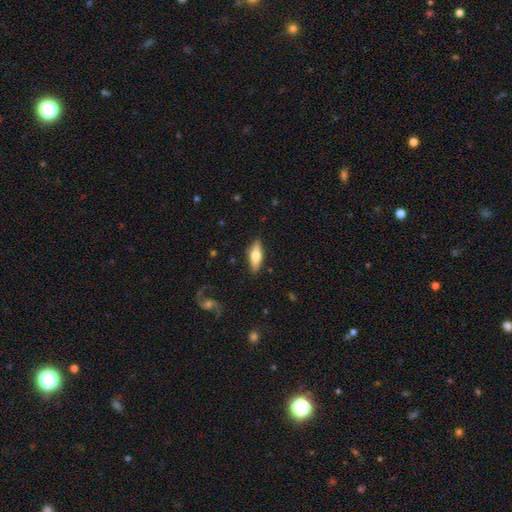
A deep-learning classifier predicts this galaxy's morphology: Smooth or featured?
  - smooth: 57% *
  - featured or disk: 37%
  - star or artifact: 6%
How rounded?
  - in between: 57% *
  - cigar-shaped: 41%
  - round: 3%
Merging?
  - none: 87% *
  - minor disturbance: 9%
  - major disturbance: 2%
  - merger: 1%